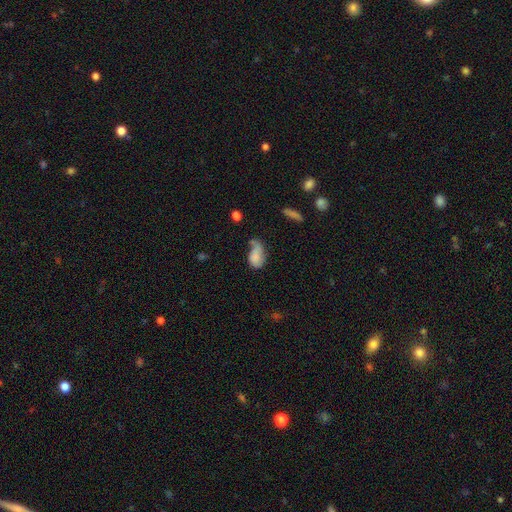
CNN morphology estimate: Smooth or featured? Predicted: smooth (p=0.65). How rounded? Predicted: in between (p=0.89). Merging? Predicted: major disturbance (p=0.34).